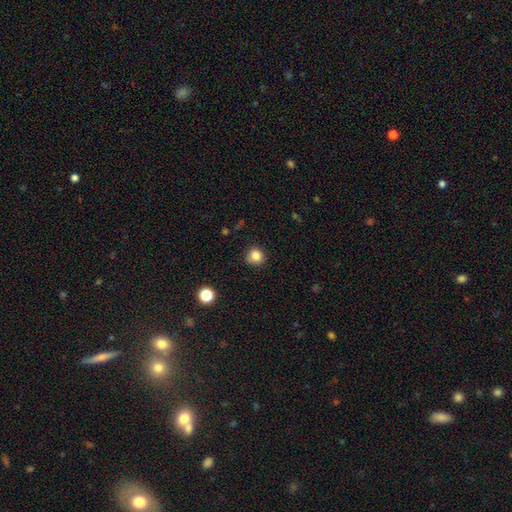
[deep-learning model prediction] smooth_or_featured: smooth (p=0.83) [alt: star or artifact p=0.12]
how_rounded: round (p=0.86) [alt: in between p=0.13]
merging: none (p=0.83) [alt: minor disturbance p=0.13]